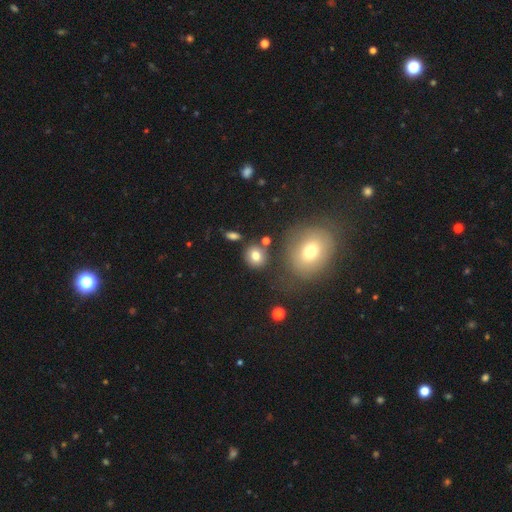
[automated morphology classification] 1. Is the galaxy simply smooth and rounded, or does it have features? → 78% smooth, 12% star or artifact, 10% featured or disk.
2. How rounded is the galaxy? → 78% round, 20% in between, 1% cigar-shaped.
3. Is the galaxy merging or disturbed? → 78% none, 10% minor disturbance, 8% merger, 4% major disturbance.